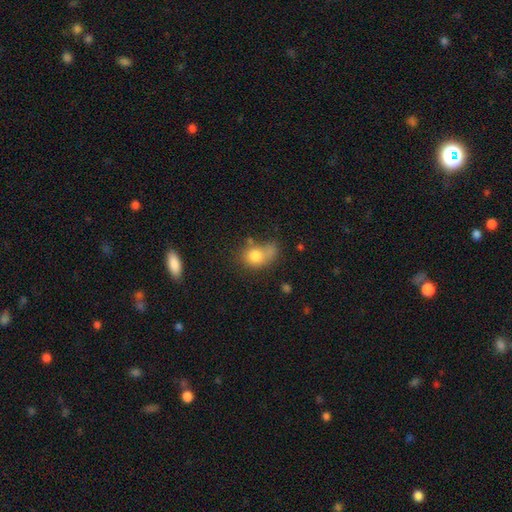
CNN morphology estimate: Smooth or featured?
  - smooth: 77% *
  - featured or disk: 13%
  - star or artifact: 10%
How rounded?
  - in between: 53% *
  - round: 45%
  - cigar-shaped: 2%
Merging?
  - none: 31% *
  - merger: 28%
  - minor disturbance: 22%
  - major disturbance: 19%